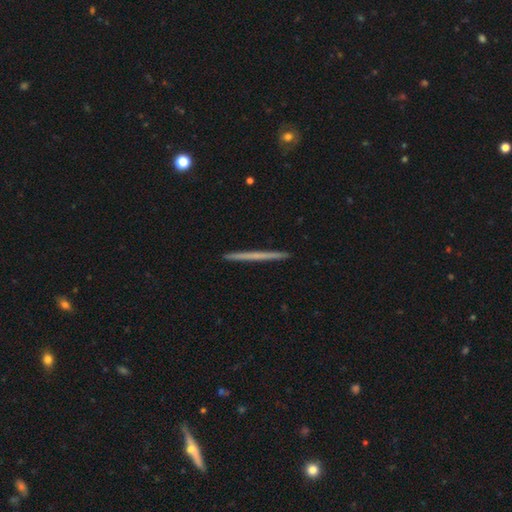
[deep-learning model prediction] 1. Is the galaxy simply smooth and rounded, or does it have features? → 49% featured or disk, 45% smooth, 5% star or artifact.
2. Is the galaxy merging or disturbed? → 93% none, 5% minor disturbance, 1% major disturbance, 1% merger.